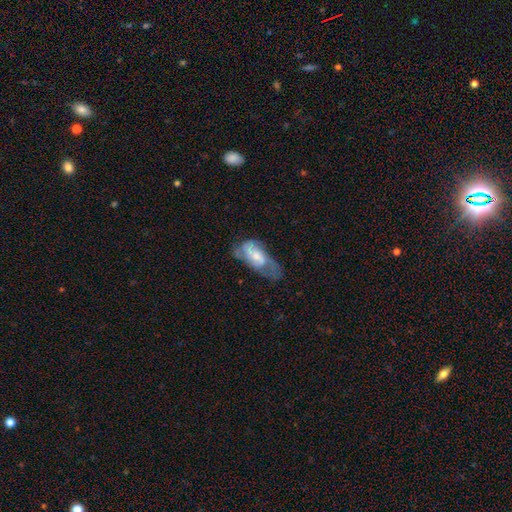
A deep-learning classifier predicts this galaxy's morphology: Overall: featured or disk (55%; smooth 38%). Edge-on disk: no (93%). Bar: no (54%; weak 36%). Spiral arms: yes (74%). Bulge size: moderate (42%; small 39%). Merging: major disturbance (34%; none 33%).